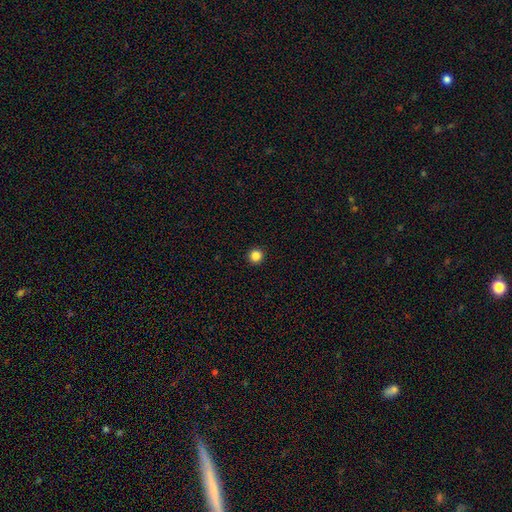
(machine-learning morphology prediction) smooth_or_featured: smooth (p=0.85) [alt: star or artifact p=0.11]
how_rounded: round (p=0.96) [alt: in between p=0.03]
merging: none (p=0.94) [alt: minor disturbance p=0.04]